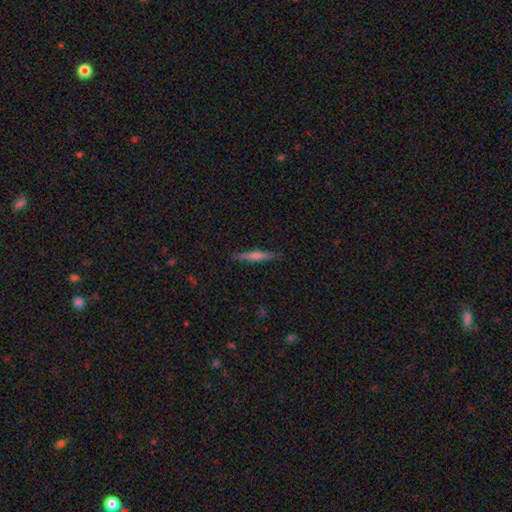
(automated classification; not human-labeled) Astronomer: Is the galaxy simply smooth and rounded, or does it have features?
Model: featured or disk — 60%.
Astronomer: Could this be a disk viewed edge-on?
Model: yes — 97%.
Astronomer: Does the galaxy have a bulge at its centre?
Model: rounded — 68%.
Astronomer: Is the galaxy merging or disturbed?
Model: none — 91%.